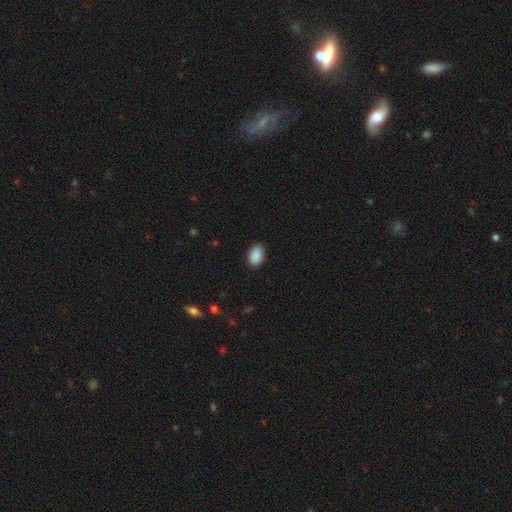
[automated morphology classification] smooth_or_featured: smooth (p=0.90) [alt: star or artifact p=0.07]
how_rounded: in between (p=0.92) [alt: round p=0.07]
merging: none (p=0.87) [alt: minor disturbance p=0.10]